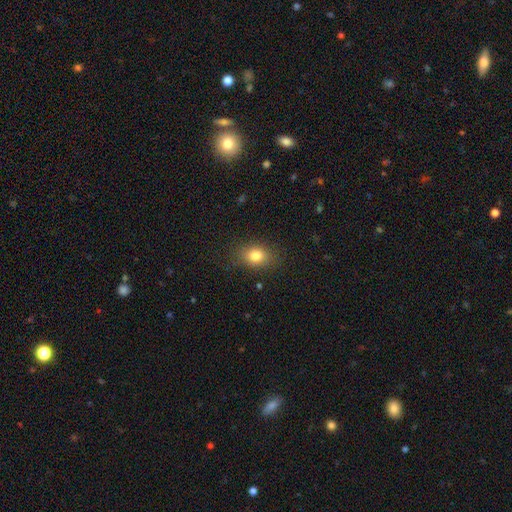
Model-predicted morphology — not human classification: Smooth or featured?
  - smooth: 81% *
  - star or artifact: 11%
  - featured or disk: 9%
How rounded?
  - in between: 66% *
  - round: 33%
  - cigar-shaped: 2%
Merging?
  - none: 84% *
  - minor disturbance: 12%
  - major disturbance: 4%
  - merger: 1%